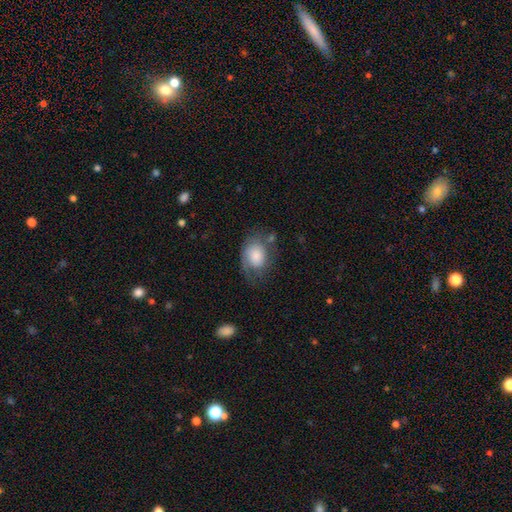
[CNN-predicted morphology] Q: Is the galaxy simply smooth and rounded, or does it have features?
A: smooth — 63%.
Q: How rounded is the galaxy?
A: in between — 66%.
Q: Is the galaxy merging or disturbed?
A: none — 45%.